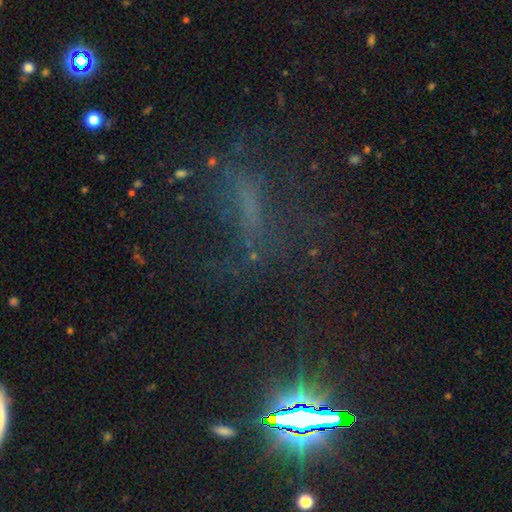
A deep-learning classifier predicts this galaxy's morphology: Q: Smooth or featured?
A: star or artifact (50%); runner-up: smooth (27%)